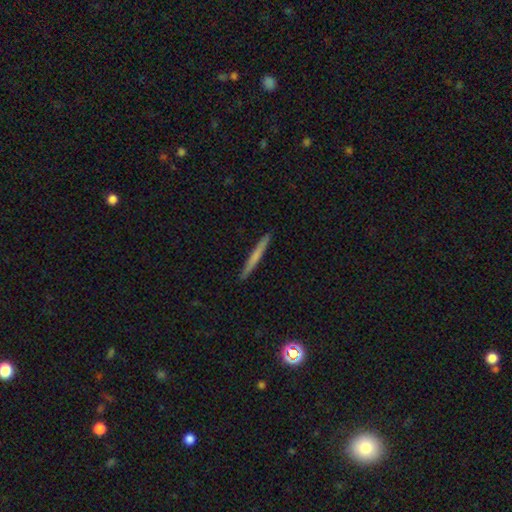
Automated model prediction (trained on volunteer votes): smooth_or_featured: smooth (p=0.59) [alt: featured or disk p=0.34]
how_rounded: cigar-shaped (p=0.97) [alt: in between p=0.02]
merging: none (p=0.92) [alt: minor disturbance p=0.05]